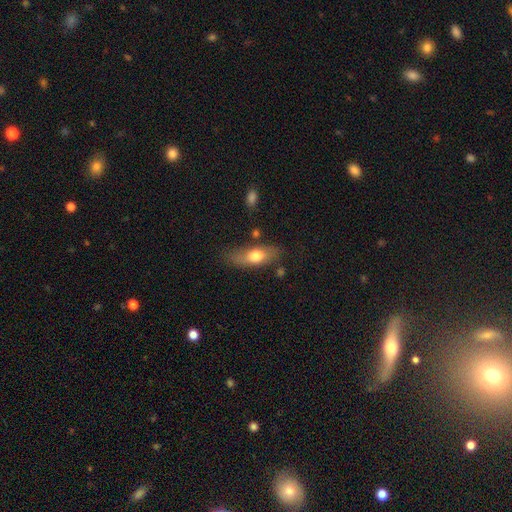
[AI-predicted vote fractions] The model was most divided on "smooth or featured": smooth: 67%, featured or disk: 26%, star or artifact: 7%. More confident: merging — none (73%); how rounded — in between (70%).